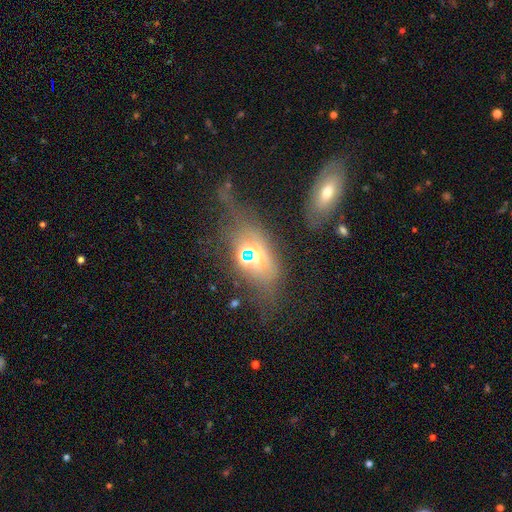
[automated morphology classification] smooth-or-featured: smooth: 38% (tied) | featured or disk: 38% (tied) | star or artifact: 24%
  merging: none: 44% | major disturbance: 25% | minor disturbance: 21% | merger: 10%